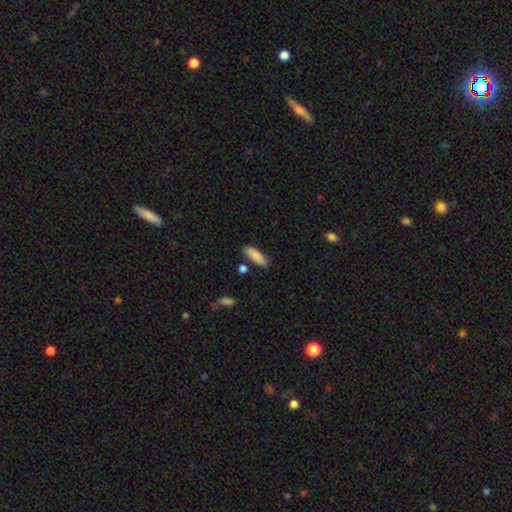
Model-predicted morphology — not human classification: smooth 86%, featured or disk 7%, star or artifact 7%. Down the decision tree: how rounded — in between (59%); merging — none (79%).